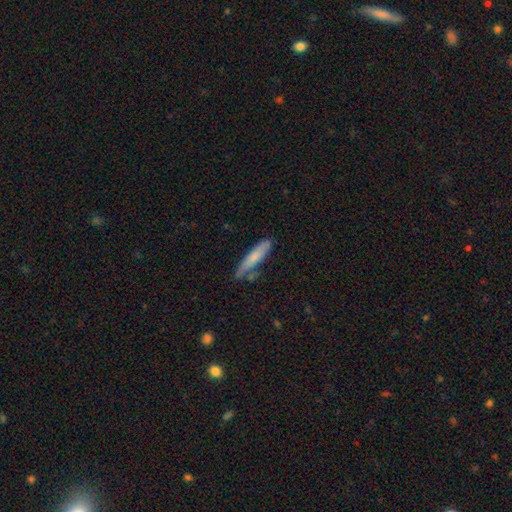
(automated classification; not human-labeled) Smooth or featured? smooth (71%)
How rounded? cigar-shaped (86%)
Merging? none (71%)